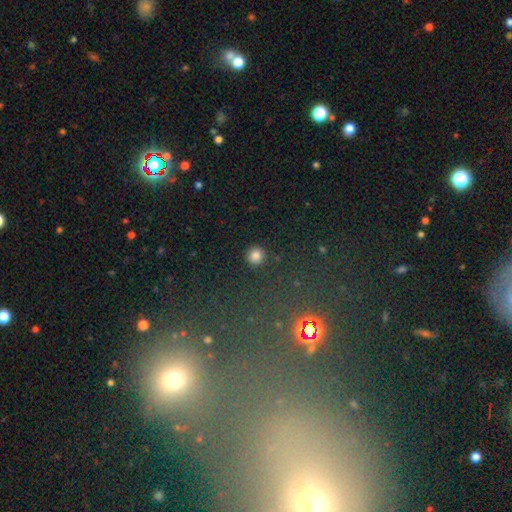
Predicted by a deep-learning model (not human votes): smooth_or_featured: smooth (p=0.83) [alt: star or artifact p=0.13]
how_rounded: round (p=0.95) [alt: in between p=0.04]
merging: none (p=0.91) [alt: minor disturbance p=0.05]